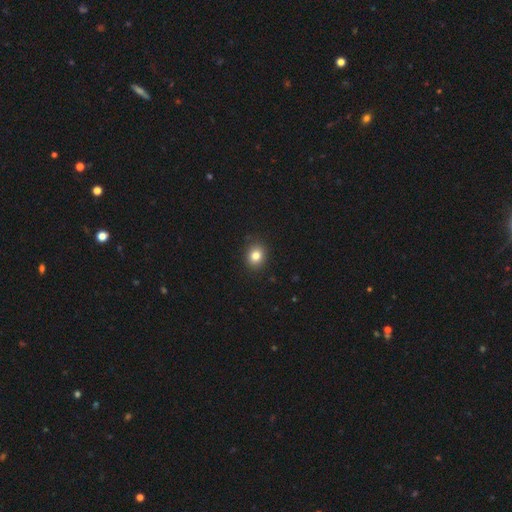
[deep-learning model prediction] smooth_or_featured: smooth (p=0.82) [alt: star or artifact p=0.11]
how_rounded: round (p=0.68) [alt: in between p=0.31]
merging: none (p=0.90) [alt: minor disturbance p=0.07]